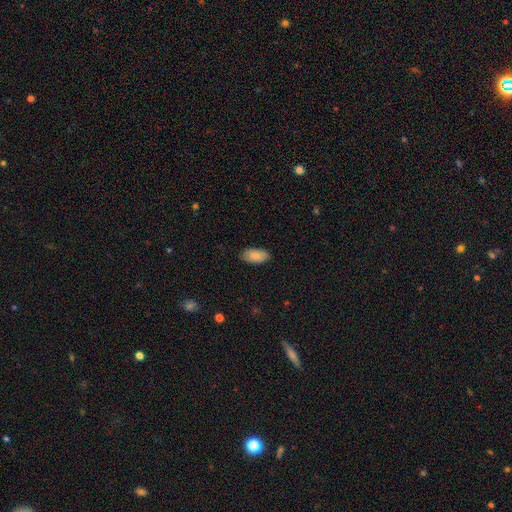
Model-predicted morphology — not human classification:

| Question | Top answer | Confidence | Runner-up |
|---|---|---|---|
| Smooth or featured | smooth | 87% | featured or disk (7%) |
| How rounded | in between | 94% | cigar-shaped (4%) |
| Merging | none | 84% | minor disturbance (12%) |